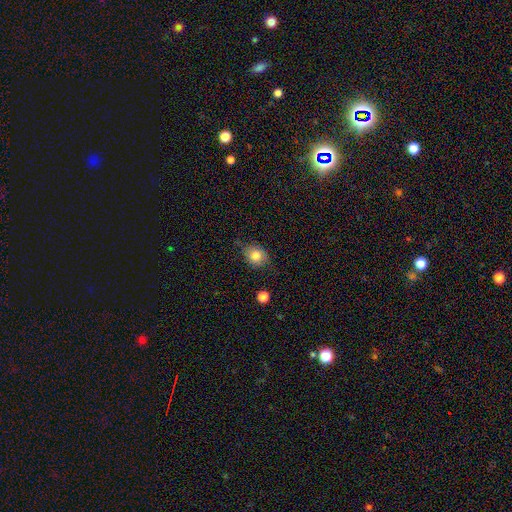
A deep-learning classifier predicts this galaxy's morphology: smooth 80%, featured or disk 10%, star or artifact 10%. Down the decision tree: how rounded — round (64%); merging — none (71%).